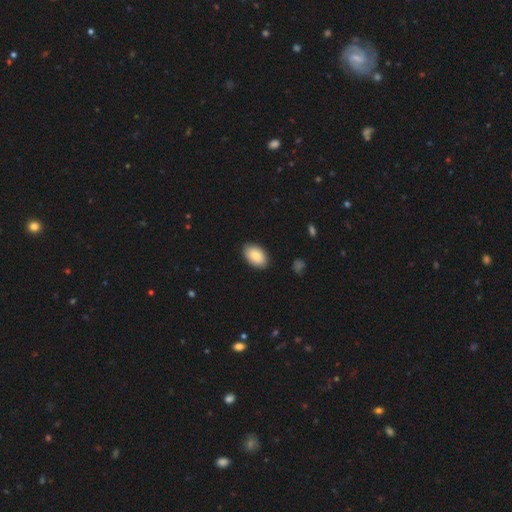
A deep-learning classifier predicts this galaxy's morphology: A smooth galaxy with no disk features (86%) that is in between round and cigar-shaped (92%). Merging: none (88%).